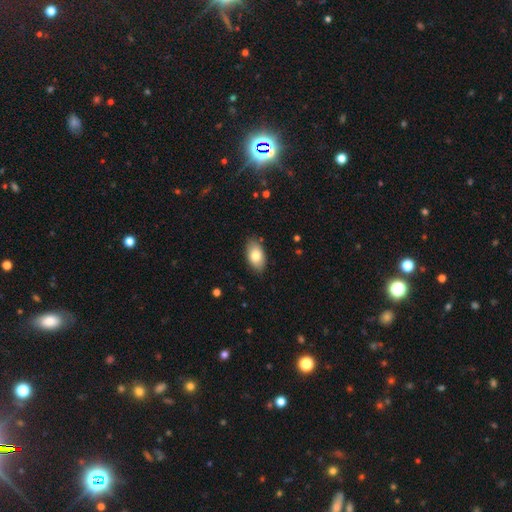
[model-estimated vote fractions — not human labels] Smooth or featured?
  - smooth: 80% *
  - featured or disk: 13%
  - star or artifact: 7%
How rounded?
  - in between: 94% *
  - round: 5%
  - cigar-shaped: 2%
Merging?
  - none: 85% *
  - minor disturbance: 11%
  - major disturbance: 2%
  - merger: 1%